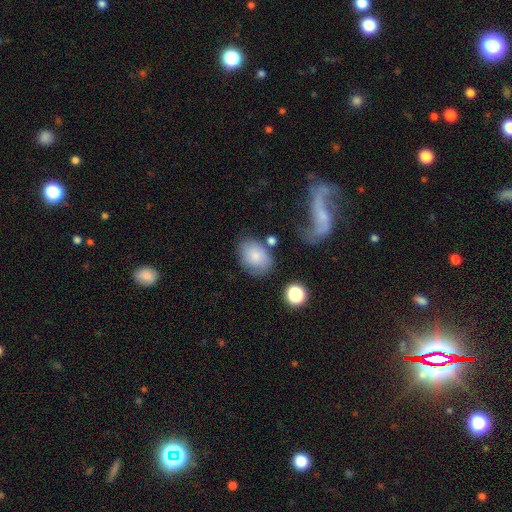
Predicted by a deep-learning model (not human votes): This appears to be a smooth galaxy with no disk features (77%) that is in between round and cigar-shaped (70%). Merging: none (62%).